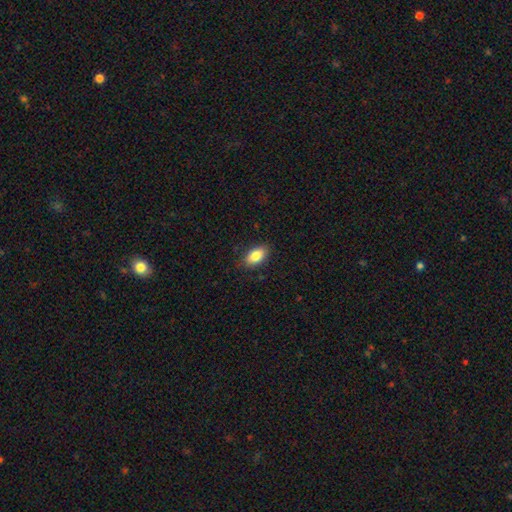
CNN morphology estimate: Overall: smooth (85%). How rounded: in between (92%). Merging: none (86%).